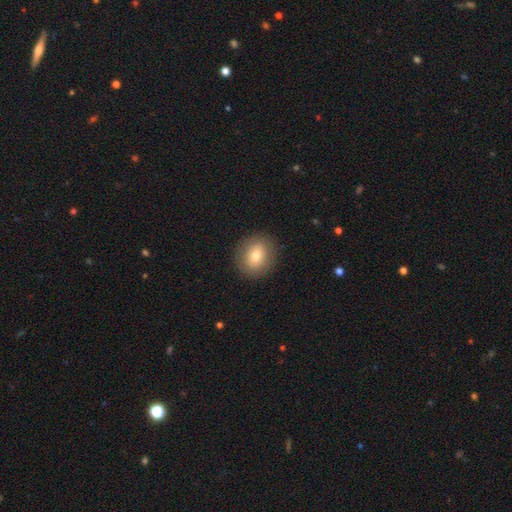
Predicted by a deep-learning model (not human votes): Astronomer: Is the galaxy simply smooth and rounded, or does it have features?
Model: smooth — 76%.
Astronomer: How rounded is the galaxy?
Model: round — 67%.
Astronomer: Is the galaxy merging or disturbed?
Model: none — 89%.